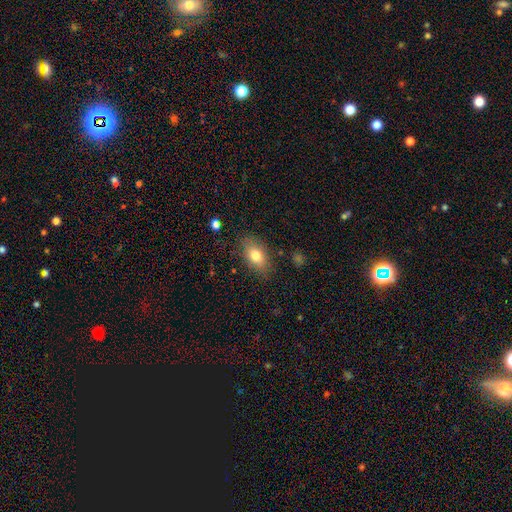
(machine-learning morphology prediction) smooth-or-featured: smooth: 77% | featured or disk: 15% | star or artifact: 8%
  how-rounded: in between: 87% | round: 9% | cigar-shaped: 4%
  merging: none: 82% | minor disturbance: 13% | major disturbance: 3% | merger: 2%